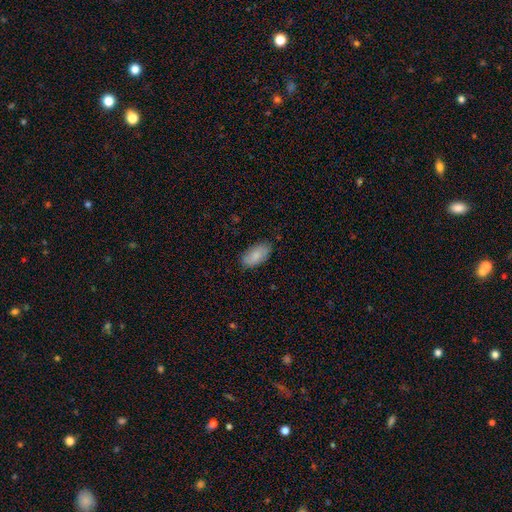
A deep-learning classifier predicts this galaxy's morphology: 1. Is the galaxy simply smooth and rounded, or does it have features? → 84% smooth, 10% featured or disk, 6% star or artifact.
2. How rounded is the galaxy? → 94% in between, 4% cigar-shaped, 2% round.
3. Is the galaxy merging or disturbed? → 80% none, 16% minor disturbance, 3% major disturbance, 1% merger.